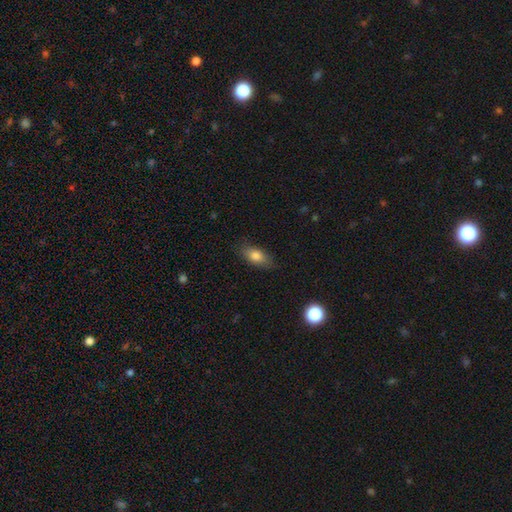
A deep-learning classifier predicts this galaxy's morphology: Smooth or featured: smooth — 81% (featured or disk — 12%)
How rounded: in between — 86% (cigar-shaped — 9%)
Merging: none — 81% (minor disturbance — 15%)